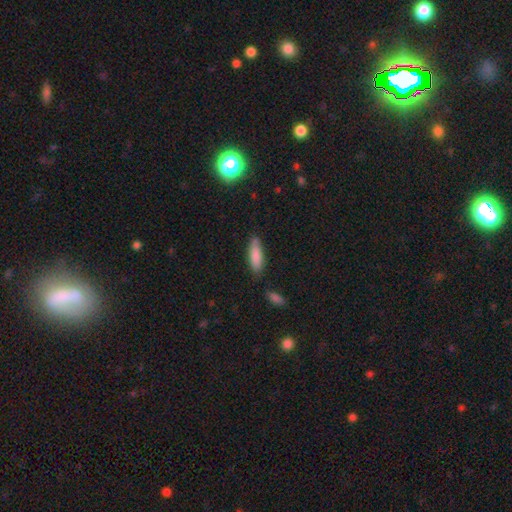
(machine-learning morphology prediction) The model was most divided on "how rounded": cigar-shaped: 51%, in between: 48%, round: 2%. More confident: smooth or featured — smooth (85%); merging — none (74%).